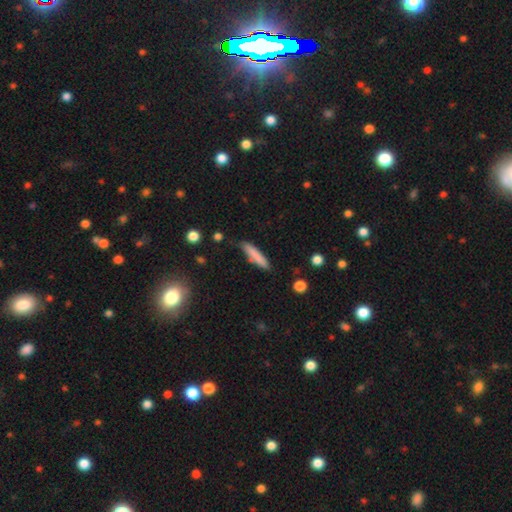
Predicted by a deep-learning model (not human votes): smooth_or_featured: smooth (p=0.81) [alt: featured or disk p=0.13]
how_rounded: cigar-shaped (p=0.87) [alt: in between p=0.12]
merging: none (p=0.79) [alt: minor disturbance p=0.15]